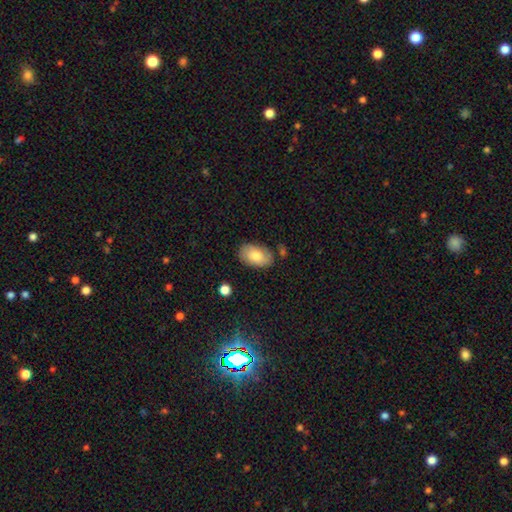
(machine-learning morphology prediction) Q: Smooth or featured?
A: smooth (80%); runner-up: featured or disk (14%)
Q: How rounded?
A: in between (93%); runner-up: round (6%)
Q: Merging?
A: none (78%); runner-up: minor disturbance (15%)